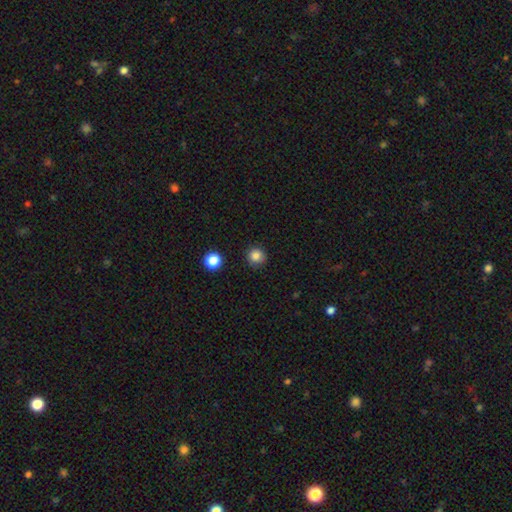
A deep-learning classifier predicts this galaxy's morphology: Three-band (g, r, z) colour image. It shows a smooth galaxy with no disk features (84%) that is round (94%). Merging: none (90%).